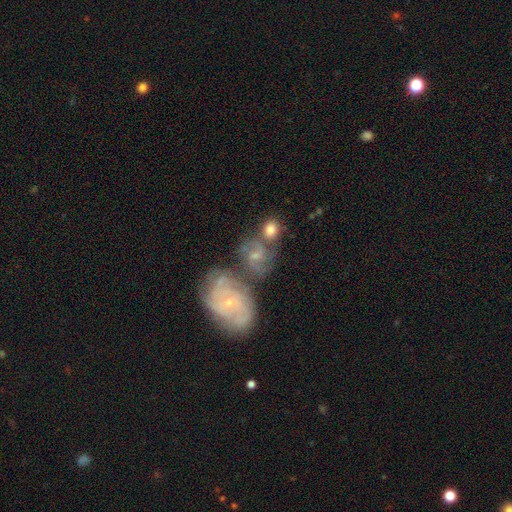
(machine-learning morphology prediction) Overall: featured or disk (69%). Edge-on disk: no (97%). Bar: no (50%; weak 41%). Spiral arms: yes (91%). Spiral arm count: 2 (33%; 3 26%). Spiral winding: medium (47%; tight 39%). Bulge size: small (67%). Merging: none (40%; merger 37%).